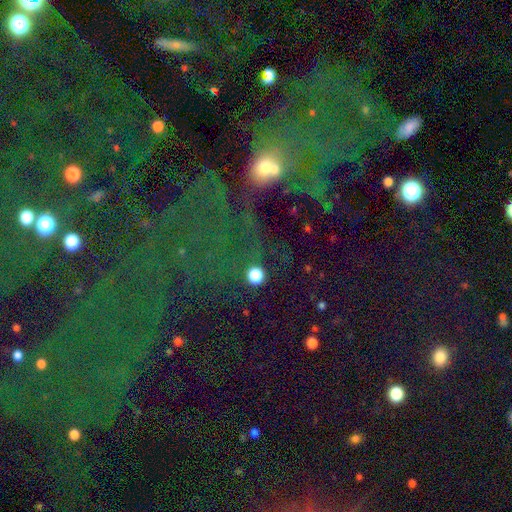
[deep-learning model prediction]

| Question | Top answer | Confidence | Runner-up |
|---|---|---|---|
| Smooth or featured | star or artifact | 58% | smooth (25%) |